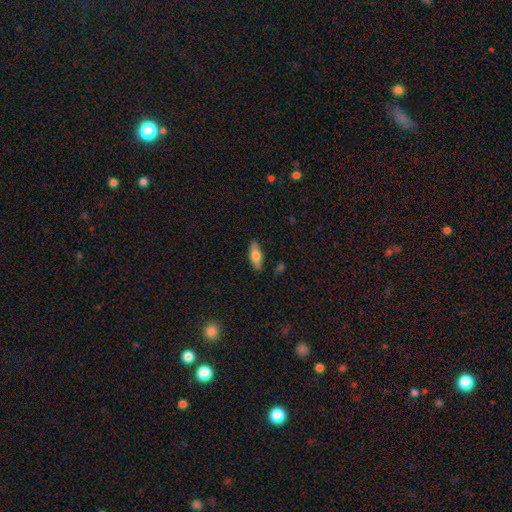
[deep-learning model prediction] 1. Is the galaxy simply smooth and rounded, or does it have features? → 65% smooth, 29% featured or disk, 7% star or artifact.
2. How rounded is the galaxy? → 68% in between, 29% cigar-shaped, 3% round.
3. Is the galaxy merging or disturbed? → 83% none, 13% minor disturbance, 3% major disturbance, 2% merger.